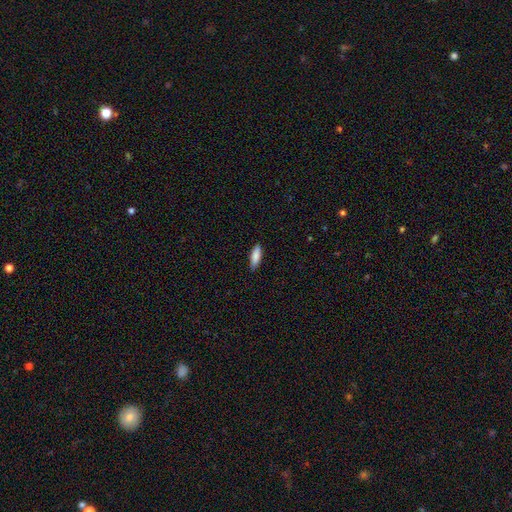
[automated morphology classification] Smooth or featured? smooth (86%)
How rounded? in between (56%)
Merging? none (88%)